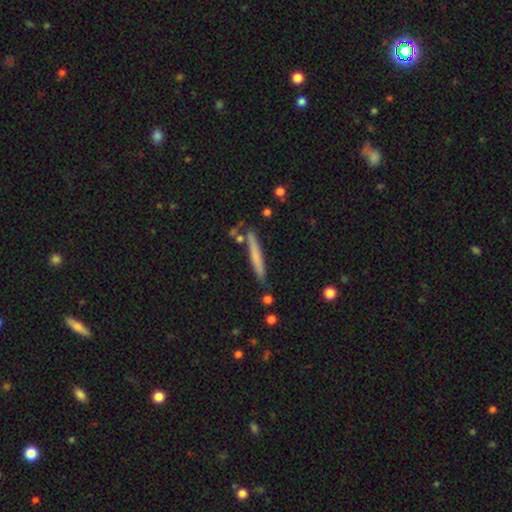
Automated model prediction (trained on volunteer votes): Q: Smooth or featured?
A: smooth (61%); runner-up: featured or disk (33%)
Q: How rounded?
A: cigar-shaped (96%); runner-up: in between (3%)
Q: Merging?
A: none (82%); runner-up: minor disturbance (11%)